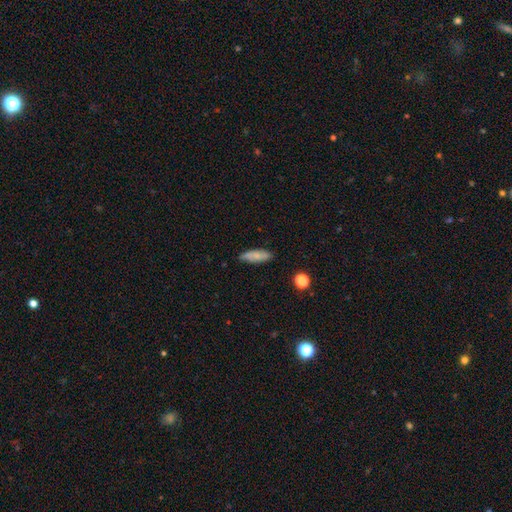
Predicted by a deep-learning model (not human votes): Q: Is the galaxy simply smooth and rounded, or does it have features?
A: smooth — 73%.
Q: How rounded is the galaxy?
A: in between — 61%.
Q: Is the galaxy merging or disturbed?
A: none — 79%.